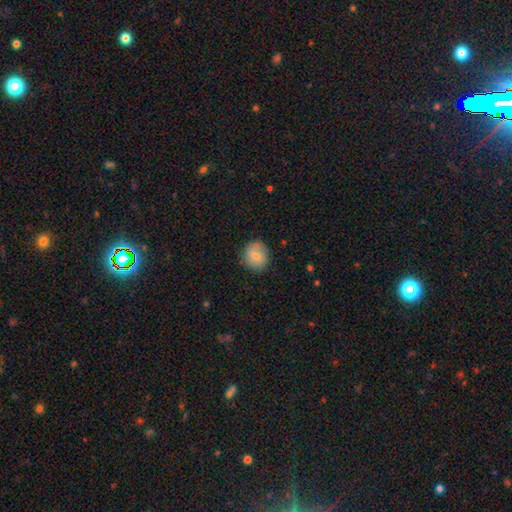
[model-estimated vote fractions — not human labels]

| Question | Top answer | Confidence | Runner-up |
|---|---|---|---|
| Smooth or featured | smooth | 77% | featured or disk (15%) |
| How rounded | round | 82% | in between (17%) |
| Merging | none | 83% | minor disturbance (13%) |